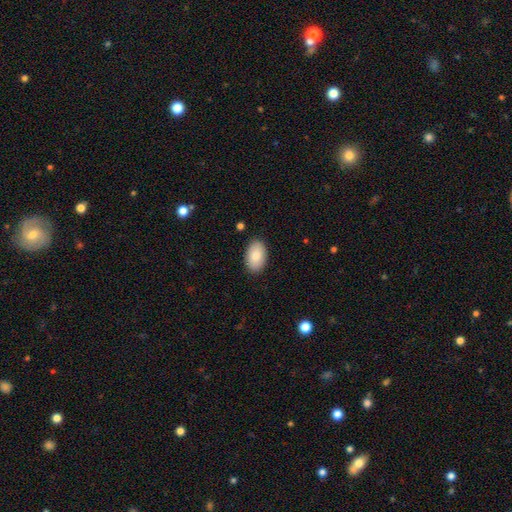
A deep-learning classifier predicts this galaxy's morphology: This appears to be a smooth galaxy with no disk features (84%) that is in between round and cigar-shaped (93%). Merging: none (88%).